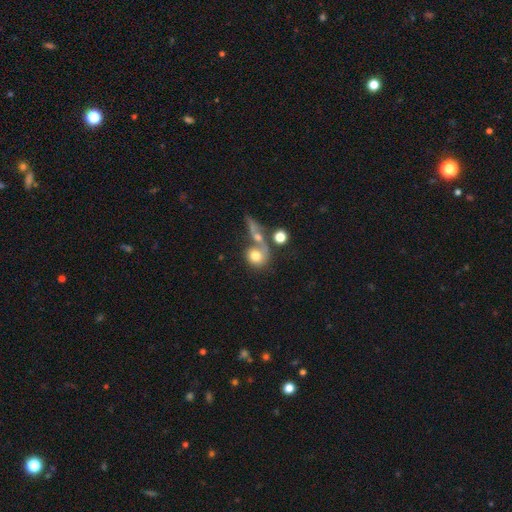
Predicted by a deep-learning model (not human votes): Overall: smooth (69%). How rounded: round (74%). Merging: merger (43%; none 33%).